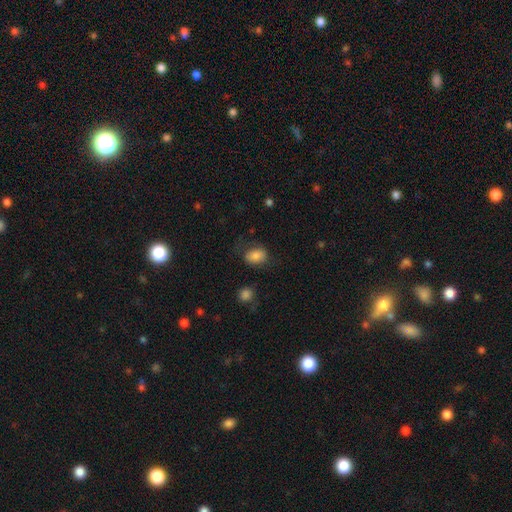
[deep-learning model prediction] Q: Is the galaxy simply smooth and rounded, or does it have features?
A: smooth — 82%.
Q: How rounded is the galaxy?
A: in between — 72%.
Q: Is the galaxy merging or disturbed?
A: none — 66%.